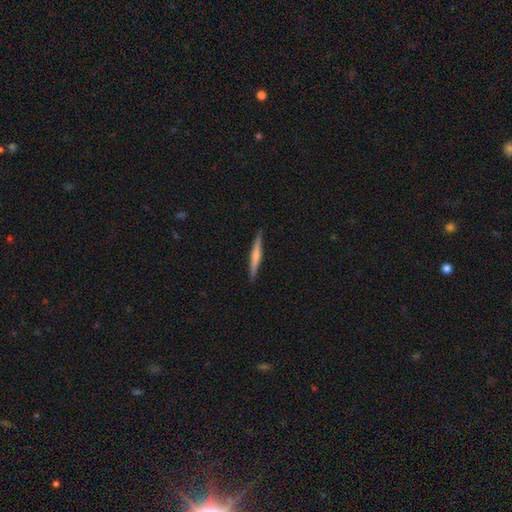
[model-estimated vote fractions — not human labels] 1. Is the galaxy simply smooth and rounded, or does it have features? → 48% featured or disk, 46% smooth, 5% star or artifact.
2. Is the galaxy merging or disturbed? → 90% none, 7% minor disturbance, 1% major disturbance, 1% merger.